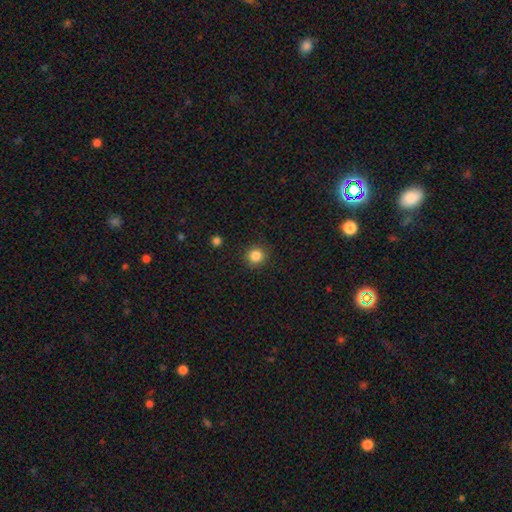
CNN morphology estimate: Smooth or featured? smooth (85%)
How rounded? round (92%)
Merging? none (90%)